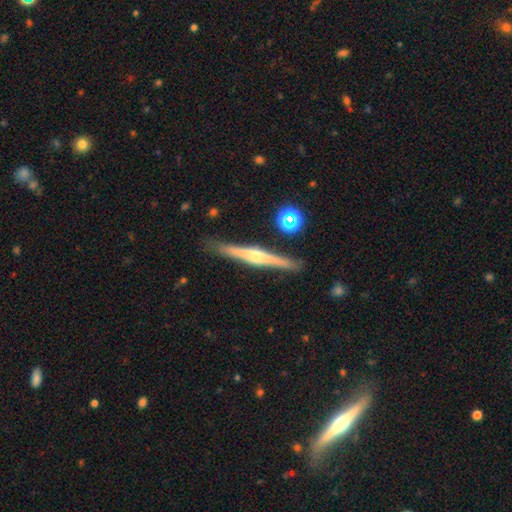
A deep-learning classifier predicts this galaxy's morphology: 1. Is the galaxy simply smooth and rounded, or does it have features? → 71% featured or disk, 22% smooth, 7% star or artifact.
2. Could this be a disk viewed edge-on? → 98% yes, 2% no.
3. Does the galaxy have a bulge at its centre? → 82% rounded, 10% none, 9% boxy.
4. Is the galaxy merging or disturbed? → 88% none, 9% minor disturbance, 2% merger, 2% major disturbance.